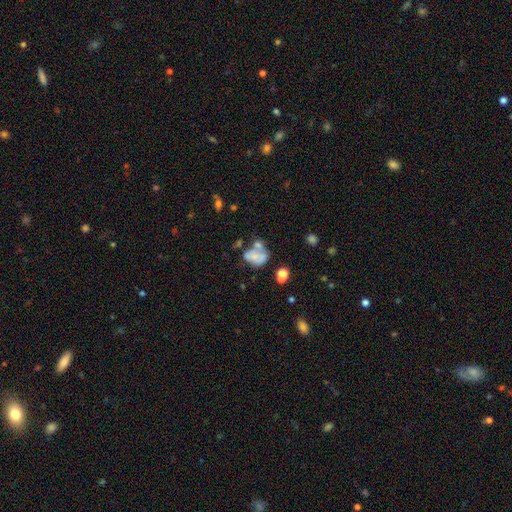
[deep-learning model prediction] The model was most divided on "merging": merger: 38%, none: 24%, major disturbance: 20%, minor disturbance: 19%. More confident: how rounded — in between (71%); smooth or featured — smooth (52%).